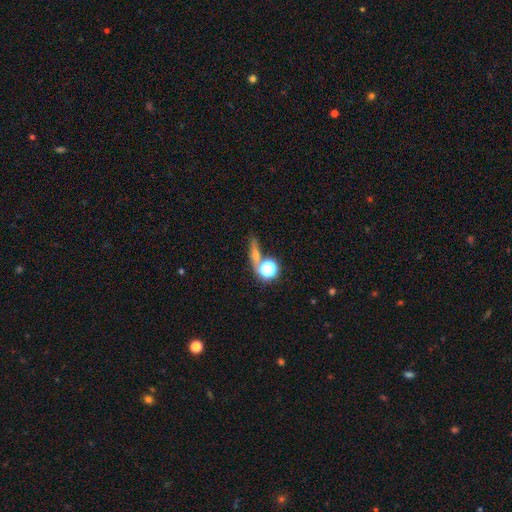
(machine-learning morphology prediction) smooth 41%, star or artifact 39%, featured or disk 20%. Down the decision tree: merging — none (61%).